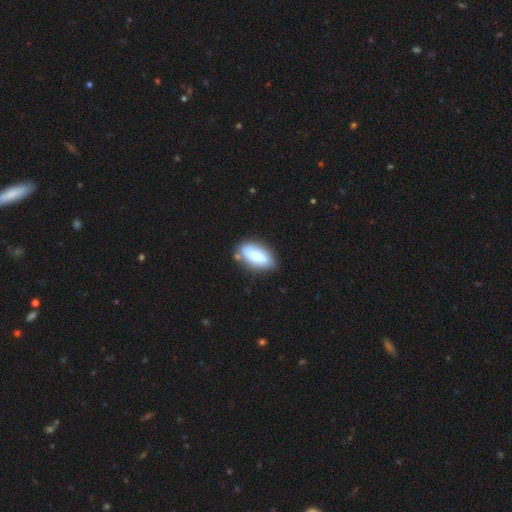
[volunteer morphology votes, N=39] smooth-or-featured: smooth: 87% | featured or disk: 13% | star or artifact: 0%
  how-rounded: in between: 85% | cigar-shaped: 15% | round: 0%
  merging: none: 72% | minor disturbance: 23% | major disturbance: 5% | merger: 0%